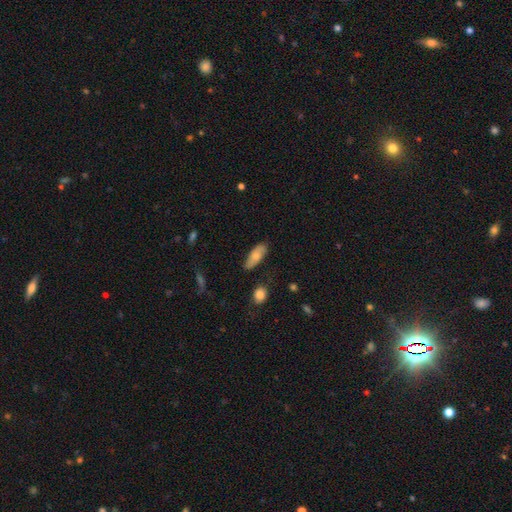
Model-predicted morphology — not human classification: smooth 77%, featured or disk 16%, star or artifact 6%. Down the decision tree: how rounded — in between (76%); merging — none (78%).